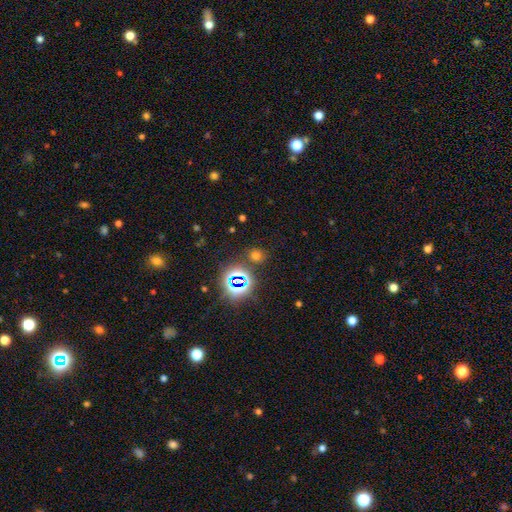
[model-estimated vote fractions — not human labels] This is possibly a smooth galaxy (54%). How rounded: clearly round (81%). Merging: clearly none (81%).